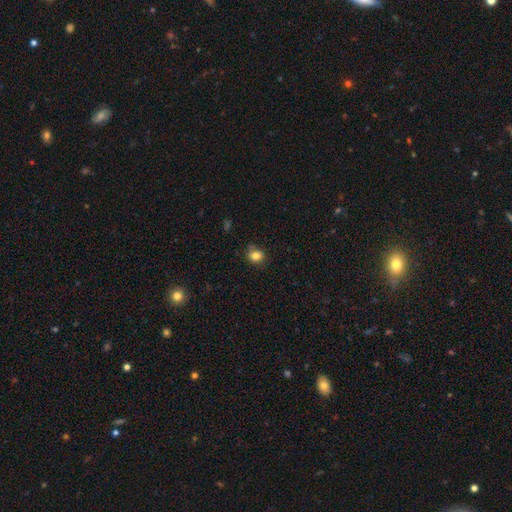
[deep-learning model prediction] A smooth galaxy with no disk features (82%) that is round (63%).

Vote fractions:
- Smooth or featured? smooth: 82% / star or artifact: 11% / featured or disk: 7%
- How rounded? round: 63% / in between: 37% / cigar-shaped: 1%
- Merging? none: 74% / minor disturbance: 19% / major disturbance: 4% / merger: 3%